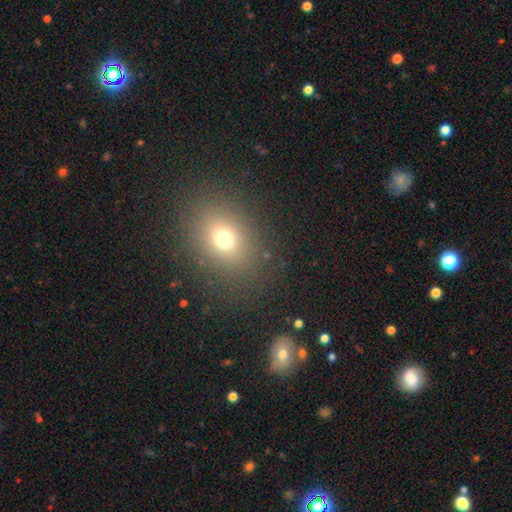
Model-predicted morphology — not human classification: A smooth galaxy with no disk features (61%) that is round (49%, tied with in between).

Vote fractions:
- Smooth or featured? smooth: 61% / star or artifact: 29% / featured or disk: 10%
- How rounded? round: 49% (tied) / in between: 49% (tied) / cigar-shaped: 2%
- Merging? none: 88% / minor disturbance: 7% / major disturbance: 3% / merger: 2%